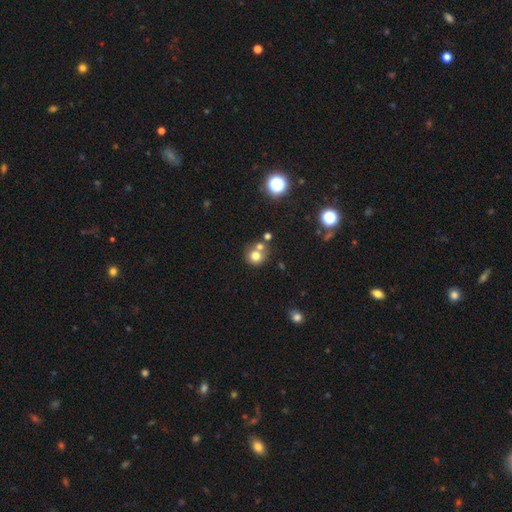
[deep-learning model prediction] smooth-or-featured: smooth: 73% | star or artifact: 14% | featured or disk: 13%
  how-rounded: round: 86% | in between: 13% | cigar-shaped: 1%
  merging: none: 50% | merger: 36% | minor disturbance: 10% | major disturbance: 4%